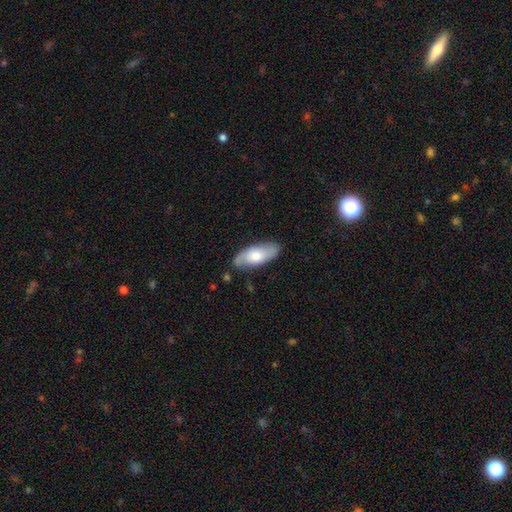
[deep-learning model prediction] A smooth galaxy with no disk features (63%) that is in between round and cigar-shaped (83%).

Vote fractions:
- Smooth or featured? smooth: 63% / featured or disk: 32% / star or artifact: 5%
- How rounded? in between: 83% / cigar-shaped: 15% / round: 2%
- Merging? none: 78% / minor disturbance: 16% / major disturbance: 3% / merger: 2%